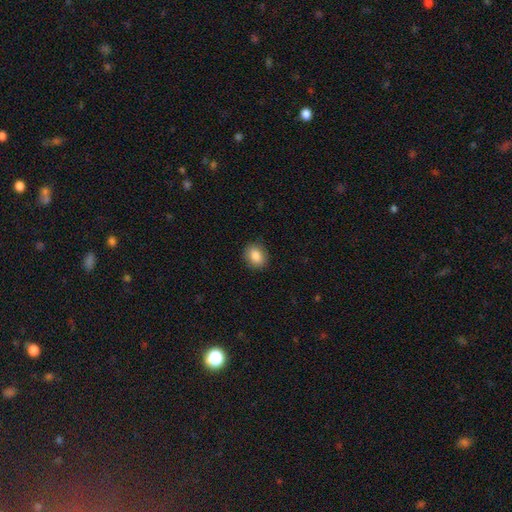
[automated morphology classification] A smooth galaxy with no disk features (86%) that is round (50%).

Vote fractions:
- Smooth or featured? smooth: 86% / star or artifact: 9% / featured or disk: 5%
- How rounded? round: 50% / in between: 49% / cigar-shaped: 1%
- Merging? none: 89% / minor disturbance: 8% / major disturbance: 2% / merger: 1%